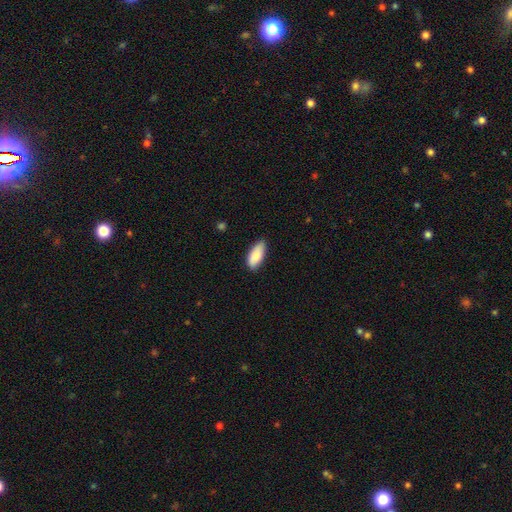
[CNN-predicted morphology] Q: Smooth or featured?
A: smooth (85%); runner-up: featured or disk (9%)
Q: How rounded?
A: in between (85%); runner-up: cigar-shaped (13%)
Q: Merging?
A: none (81%); runner-up: minor disturbance (16%)